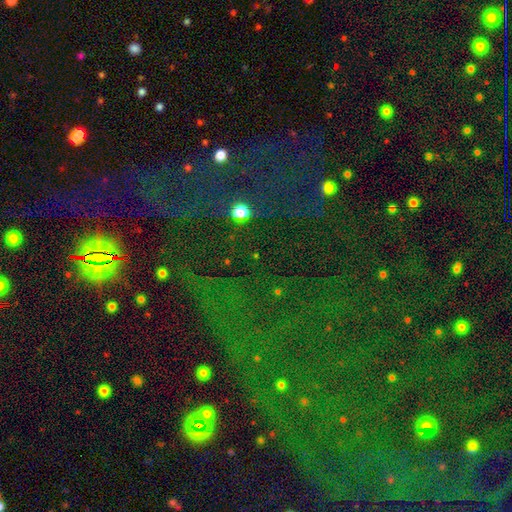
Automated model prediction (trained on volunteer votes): A star or artifact, not a galaxy (67%).